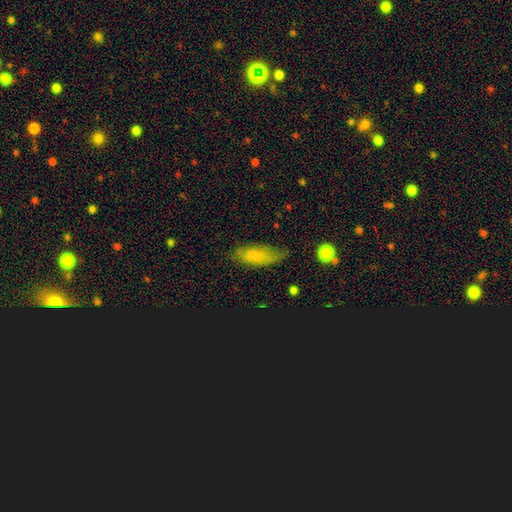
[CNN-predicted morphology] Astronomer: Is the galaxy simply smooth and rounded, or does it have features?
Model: smooth — 75%.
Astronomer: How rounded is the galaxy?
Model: in between — 75%.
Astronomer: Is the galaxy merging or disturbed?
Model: none — 65%.